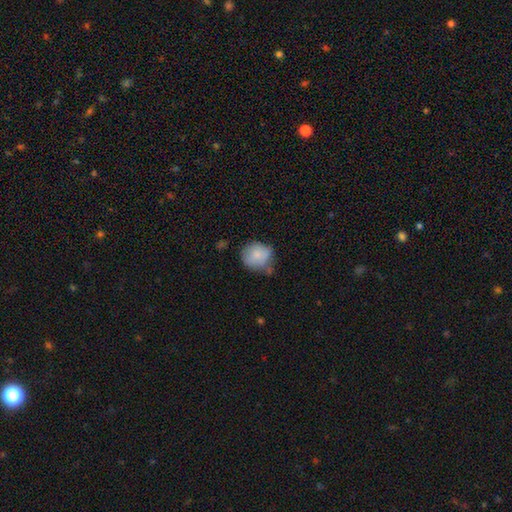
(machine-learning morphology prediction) The model was most divided on "merging": none: 50%, minor disturbance: 35%, major disturbance: 9%, merger: 7%. More confident: smooth or featured — smooth (79%); how rounded — round (78%).